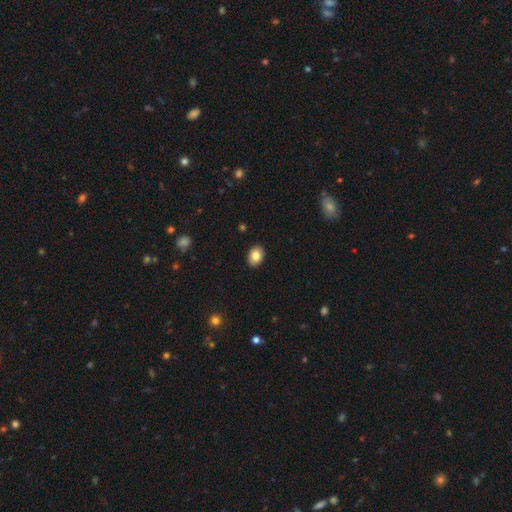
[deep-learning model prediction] This is clearly a smooth galaxy (84%). How rounded: likely in between (72%). Merging: clearly none (90%).